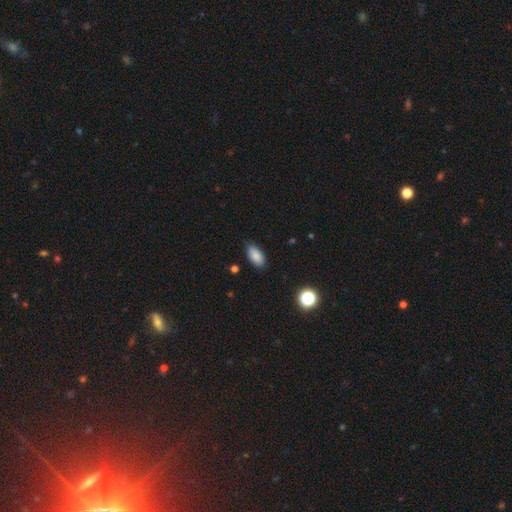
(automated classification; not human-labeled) smooth-or-featured: smooth: 86% | star or artifact: 9% | featured or disk: 5%
  how-rounded: in between: 92% | cigar-shaped: 5% | round: 3%
  merging: none: 84% | minor disturbance: 12% | major disturbance: 2% | merger: 1%